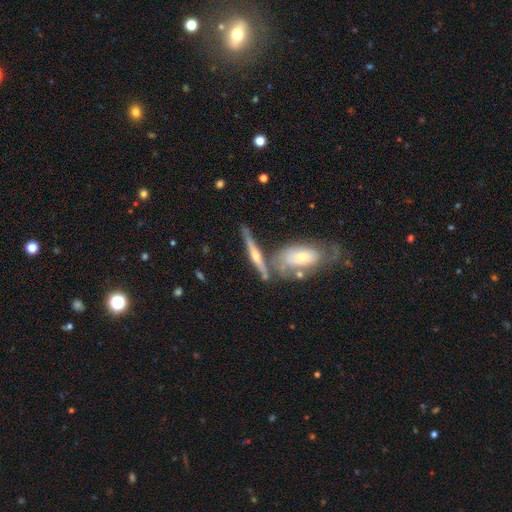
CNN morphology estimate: This is likely a featured or disk galaxy (69%). It is clearly viewed edge-on (93%). Edge-on bulge: clearly rounded (86%). Merging: likely none (63%).